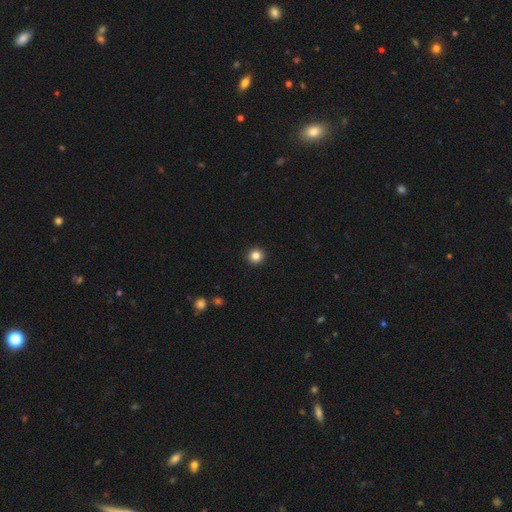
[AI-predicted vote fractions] smooth 84%, star or artifact 11%, featured or disk 5%. Down the decision tree: how rounded — round (95%); merging — none (94%).